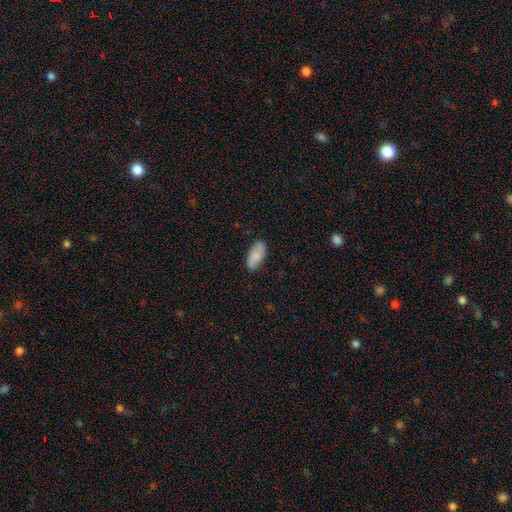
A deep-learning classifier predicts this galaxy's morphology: A smooth galaxy with no disk features (86%) that is in between round and cigar-shaped (90%).

Vote fractions:
- Smooth or featured? smooth: 86% / featured or disk: 8% / star or artifact: 6%
- How rounded? in between: 90% / cigar-shaped: 8% / round: 2%
- Merging? none: 85% / minor disturbance: 12% / major disturbance: 2% / merger: 1%